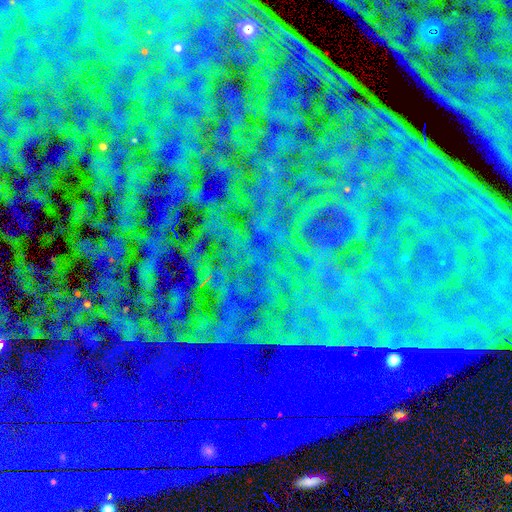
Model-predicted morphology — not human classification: Overall: star or artifact (88%).